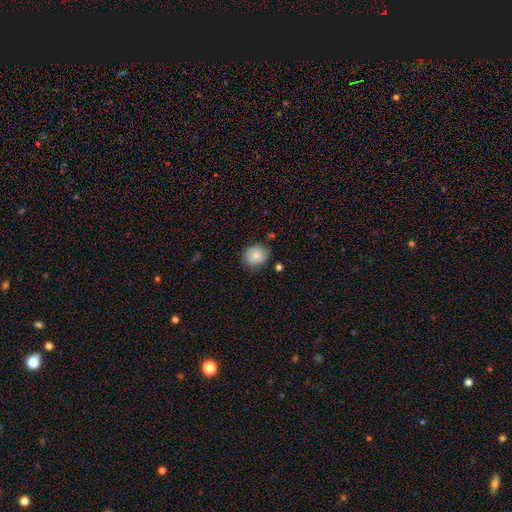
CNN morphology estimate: This is clearly a smooth galaxy (85%). How rounded: likely round (75%). Merging: likely none (80%).